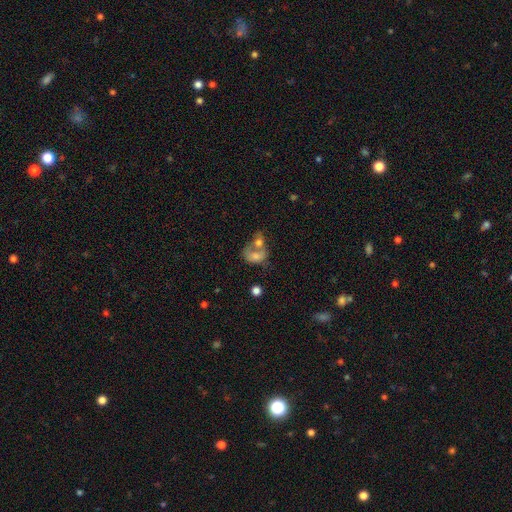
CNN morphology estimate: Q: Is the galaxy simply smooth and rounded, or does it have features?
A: smooth — 64%.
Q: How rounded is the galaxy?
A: in between — 66%.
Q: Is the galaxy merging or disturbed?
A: merger — 72%.